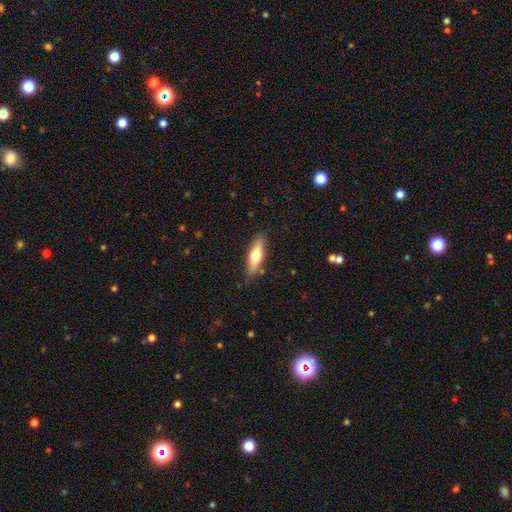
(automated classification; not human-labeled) smooth_or_featured: smooth (p=0.58) [alt: featured or disk p=0.36]
how_rounded: cigar-shaped (p=0.58) [alt: in between p=0.39]
merging: none (p=0.85) [alt: minor disturbance p=0.11]